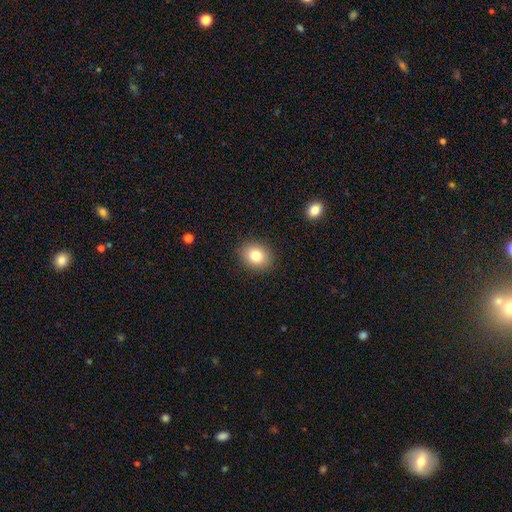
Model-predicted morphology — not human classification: smooth_or_featured: smooth (p=0.82) [alt: star or artifact p=0.10]
how_rounded: round (p=0.50) [alt: in between p=0.49]
merging: none (p=0.89) [alt: minor disturbance p=0.08]